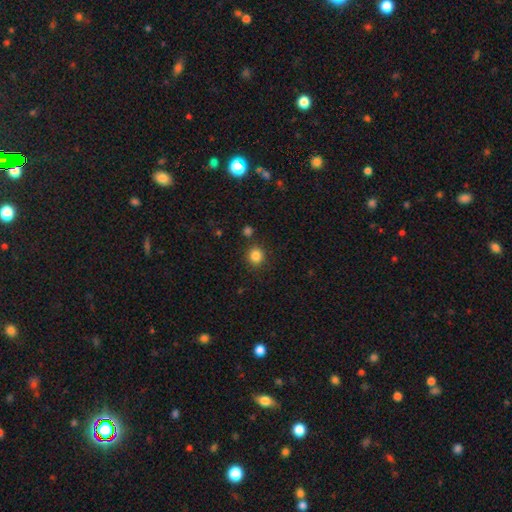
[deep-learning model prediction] Smooth or featured? Predicted: smooth (p=0.85). How rounded? Predicted: round (p=0.88). Merging? Predicted: none (p=0.85).